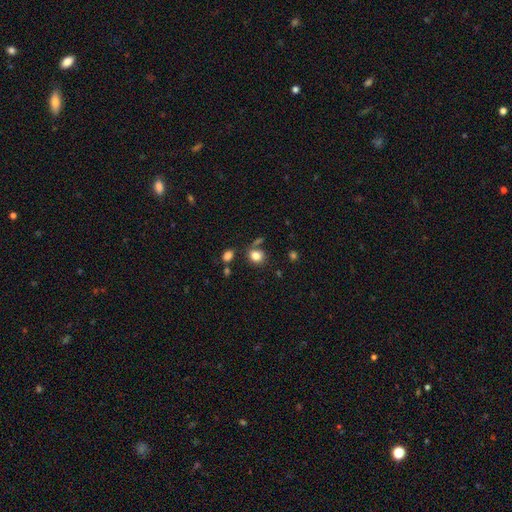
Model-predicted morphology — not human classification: Smooth or featured? smooth (81%)
How rounded? round (58%)
Merging? none (70%)